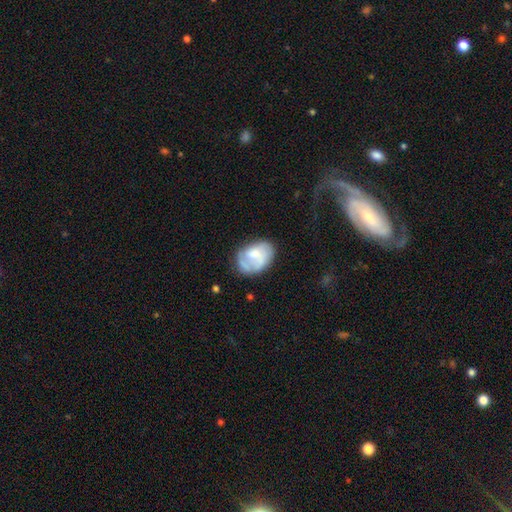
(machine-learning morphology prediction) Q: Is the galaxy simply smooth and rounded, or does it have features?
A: smooth — 50%.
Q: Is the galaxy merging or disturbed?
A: none — 51%.